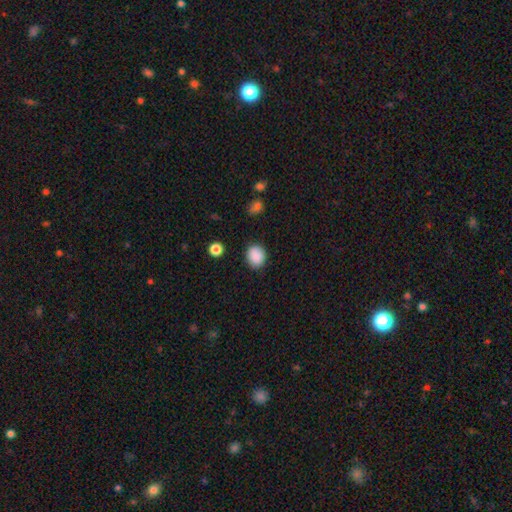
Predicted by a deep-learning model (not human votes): Smooth or featured?
  - smooth: 88% *
  - star or artifact: 9%
  - featured or disk: 3%
How rounded?
  - round: 64% *
  - in between: 35%
  - cigar-shaped: 1%
Merging?
  - none: 85% *
  - minor disturbance: 10%
  - major disturbance: 3%
  - merger: 2%